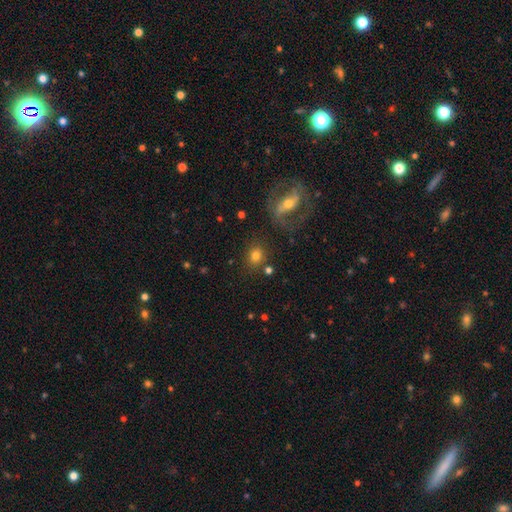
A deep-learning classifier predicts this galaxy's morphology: Overall: smooth (71%). How rounded: round (69%; in between 30%). Merging: none (78%).